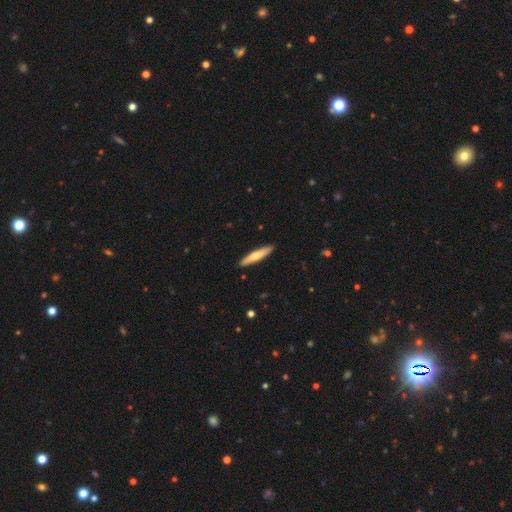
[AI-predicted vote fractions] smooth_or_featured: smooth (p=0.64) [alt: featured or disk p=0.31]
how_rounded: cigar-shaped (p=0.89) [alt: in between p=0.10]
merging: none (p=0.90) [alt: minor disturbance p=0.07]